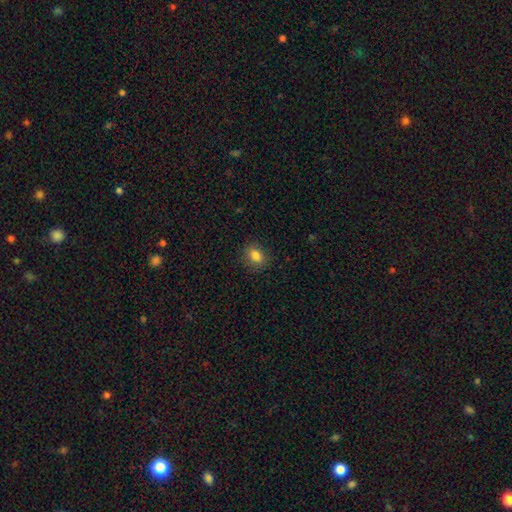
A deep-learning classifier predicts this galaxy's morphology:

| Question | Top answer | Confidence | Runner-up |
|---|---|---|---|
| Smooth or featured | smooth | 83% | star or artifact (10%) |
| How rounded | in between | 57% | round (41%) |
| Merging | none | 87% | minor disturbance (10%) |